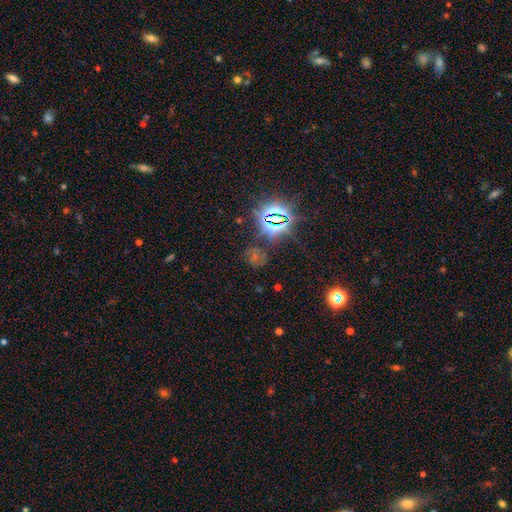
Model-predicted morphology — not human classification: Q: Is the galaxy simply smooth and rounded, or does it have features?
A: star or artifact — 62%.